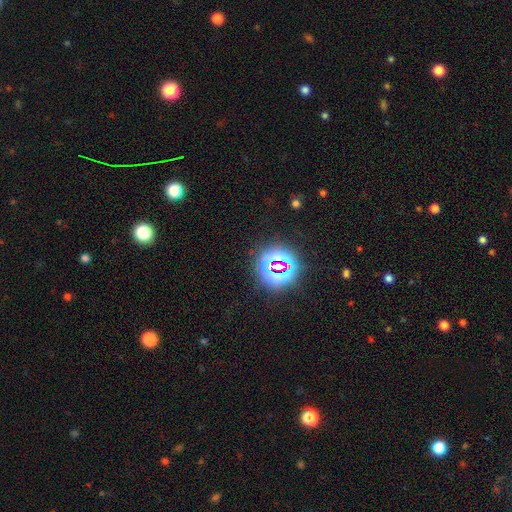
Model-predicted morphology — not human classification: This appears to be a star or artifact, not a galaxy (81%).